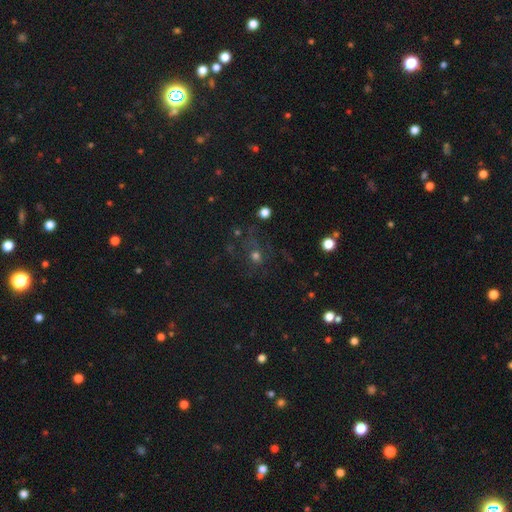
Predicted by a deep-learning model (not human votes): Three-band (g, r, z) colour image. It shows a smooth galaxy with no disk features (43%). Merging: none (59%).